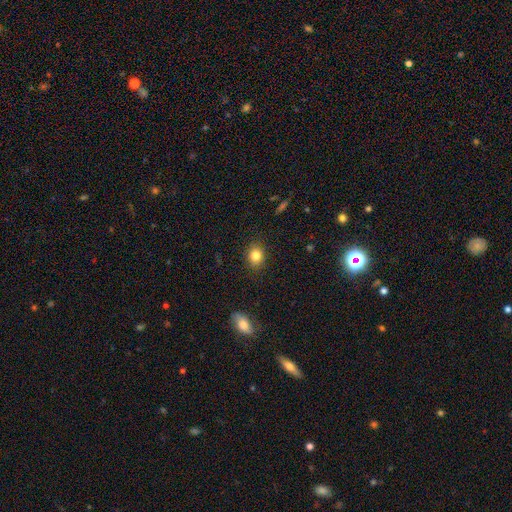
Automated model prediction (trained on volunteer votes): This is clearly a smooth galaxy (83%). How rounded: possibly round (55%). Merging: clearly none (87%).